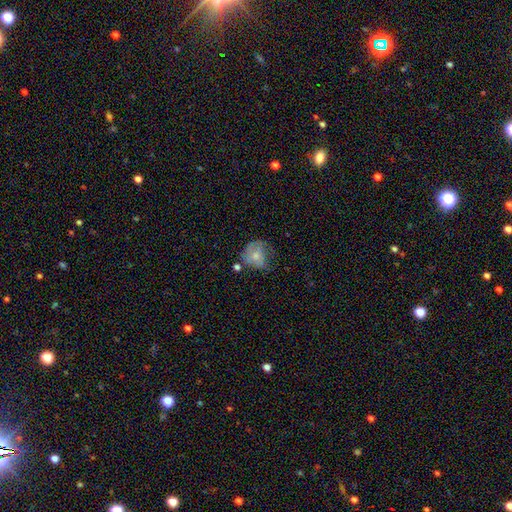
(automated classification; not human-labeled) Q: Smooth or featured?
A: smooth (58%); runner-up: featured or disk (34%)
Q: How rounded?
A: round (66%); runner-up: in between (33%)
Q: Merging?
A: none (37%); runner-up: minor disturbance (33%)